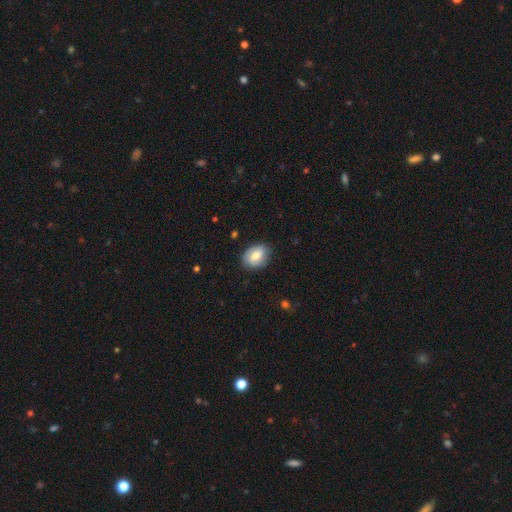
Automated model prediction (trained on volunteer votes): A smooth galaxy with no disk features (68%) that is in between round and cigar-shaped (70%). Merging: none (78%).